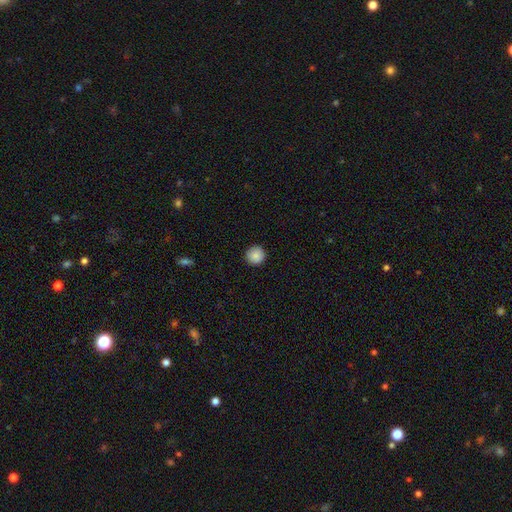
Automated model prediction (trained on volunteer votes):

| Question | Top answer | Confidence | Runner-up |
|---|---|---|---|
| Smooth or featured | smooth | 87% | star or artifact (8%) |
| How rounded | round | 96% | in between (3%) |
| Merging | none | 92% | minor disturbance (5%) |